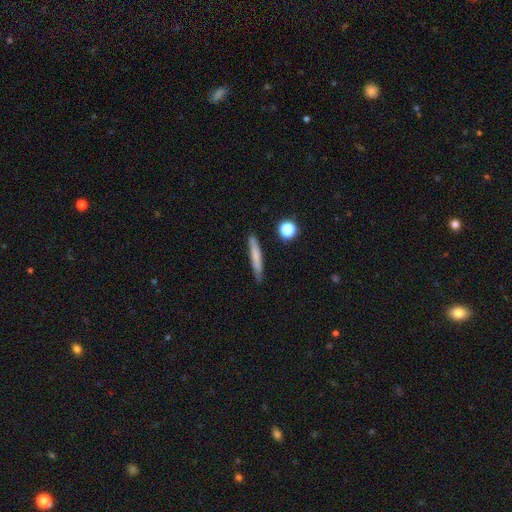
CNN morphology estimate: This is likely a smooth galaxy (69%). How rounded: clearly cigar-shaped (93%). Merging: clearly none (85%).